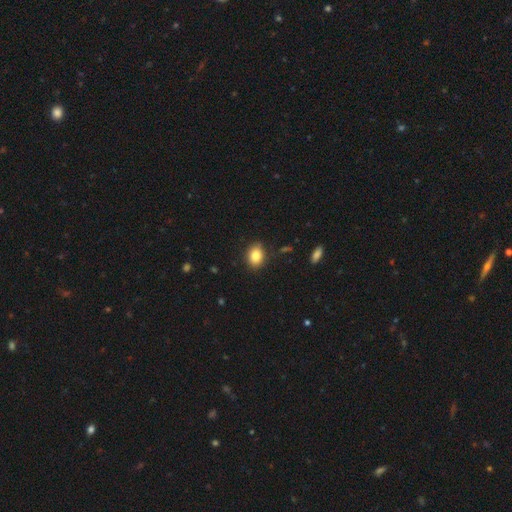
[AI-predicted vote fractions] A smooth galaxy with no disk features (85%) that is in between round and cigar-shaped (64%).

Vote fractions:
- Smooth or featured? smooth: 85% / star or artifact: 9% / featured or disk: 6%
- How rounded? in between: 64% / round: 35% / cigar-shaped: 1%
- Merging? none: 85% / minor disturbance: 11% / major disturbance: 2% / merger: 1%